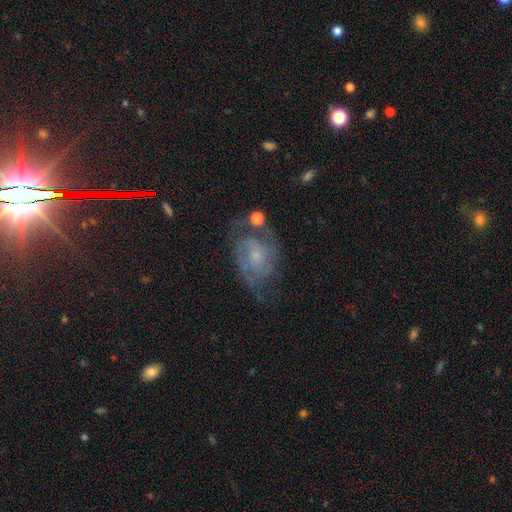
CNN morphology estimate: type=featured or disk (74%); edge-on=no (97%); bar=no (62%); spiral arms=yes (90%); winding=medium (45%); arm count=2 (60%); bulge=small (67%); merging=none (58%).